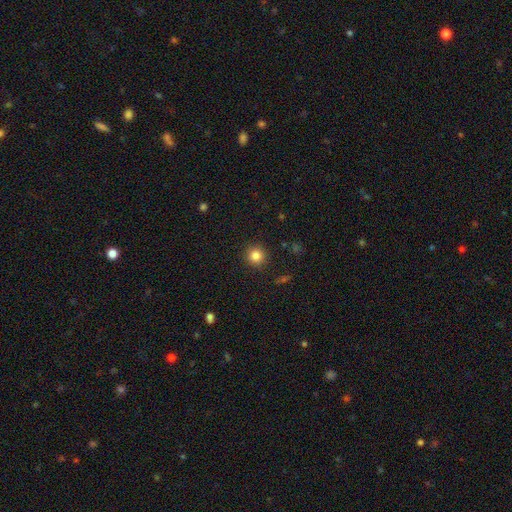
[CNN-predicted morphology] A smooth galaxy with no disk features (84%) that is round (95%). Merging: none (92%).